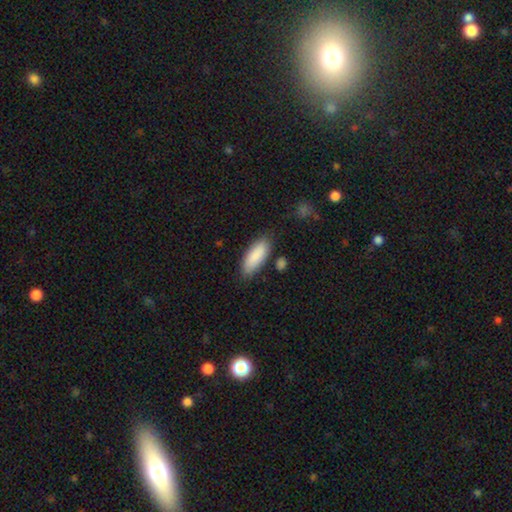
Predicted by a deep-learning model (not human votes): Q: Smooth or featured?
A: smooth (88%); runner-up: featured or disk (7%)
Q: How rounded?
A: in between (74%); runner-up: cigar-shaped (24%)
Q: Merging?
A: none (80%); runner-up: minor disturbance (14%)